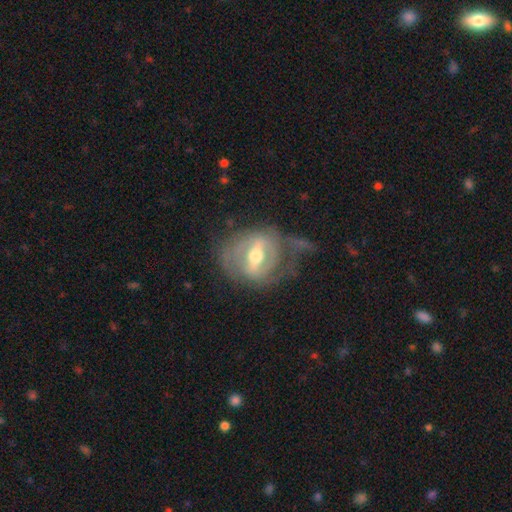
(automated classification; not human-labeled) Smooth or featured? Predicted: featured or disk (p=0.81). Edge-on disk? Predicted: no (p=0.91). Bar? Predicted: strong (p=0.64). Spiral arms? Predicted: yes (p=0.61). Bulge size? Predicted: moderate (p=0.73). Merging? Predicted: none (p=0.50).